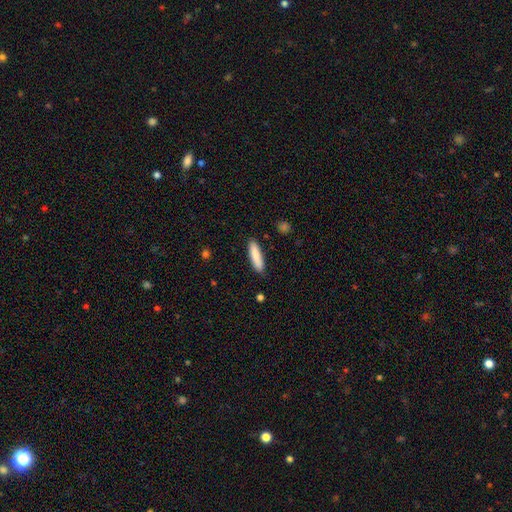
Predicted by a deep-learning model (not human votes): The model was most divided on "how rounded": cigar-shaped: 68%, in between: 30%, round: 1%. More confident: merging — none (88%); smooth or featured — smooth (85%).